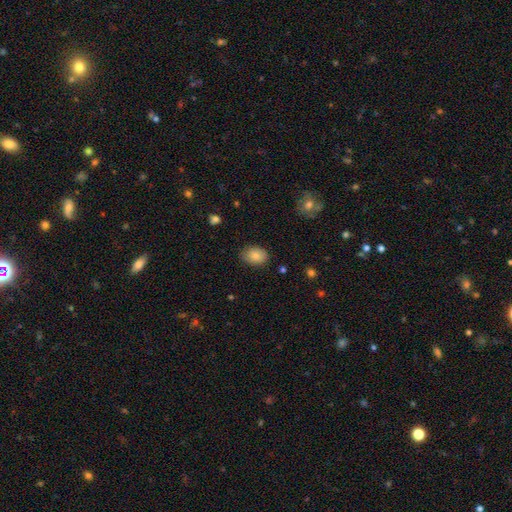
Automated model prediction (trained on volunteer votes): Morphology: type=smooth (85%); roundness=in between (75%); merging=none (84%).